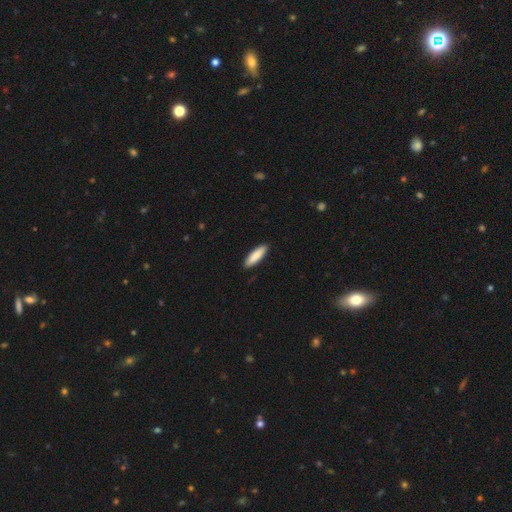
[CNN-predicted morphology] Overall: smooth (89%). How rounded: cigar-shaped (59%; in between 39%). Merging: none (90%).